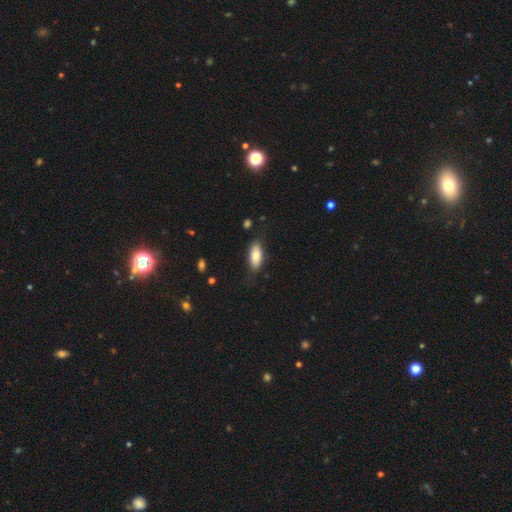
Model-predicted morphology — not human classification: smooth 81%, featured or disk 12%, star or artifact 6%. Down the decision tree: how rounded — in between (83%); merging — none (77%).